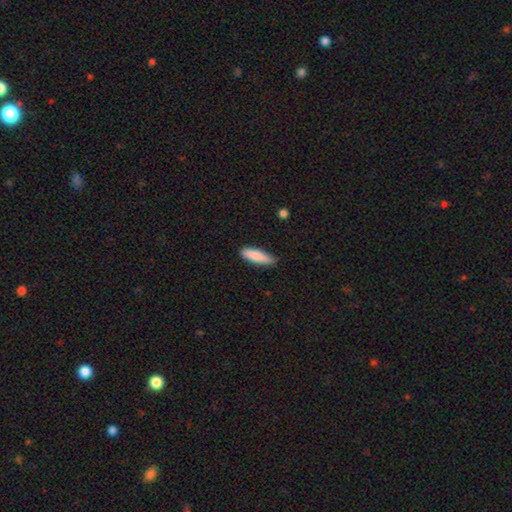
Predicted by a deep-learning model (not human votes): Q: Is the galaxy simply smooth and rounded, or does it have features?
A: smooth — 85%.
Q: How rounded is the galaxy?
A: cigar-shaped — 62%.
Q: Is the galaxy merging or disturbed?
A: none — 78%.